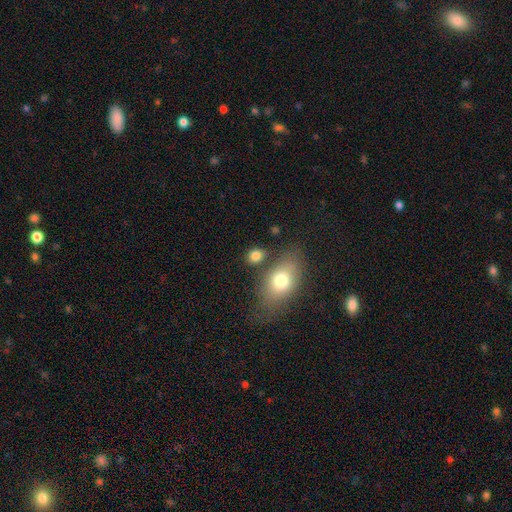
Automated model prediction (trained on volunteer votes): smooth 81%, star or artifact 10%, featured or disk 9%. Down the decision tree: how rounded — in between (58%); merging — none (69%).